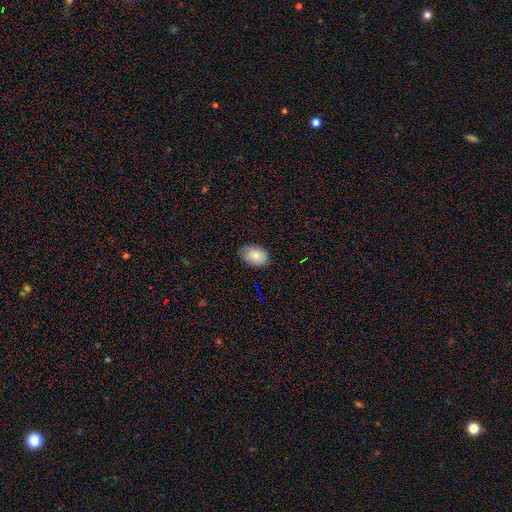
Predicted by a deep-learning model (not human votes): Smooth or featured?
  - smooth: 86% *
  - star or artifact: 8%
  - featured or disk: 6%
How rounded?
  - in between: 87% *
  - round: 12%
  - cigar-shaped: 1%
Merging?
  - none: 78% *
  - minor disturbance: 18%
  - major disturbance: 3%
  - merger: 1%